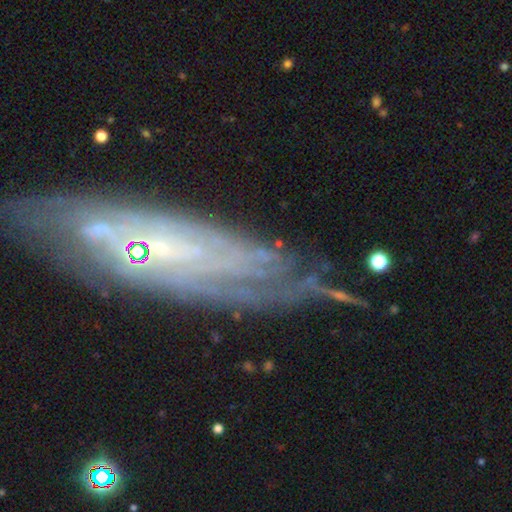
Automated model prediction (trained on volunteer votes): Overall: featured or disk (66%). Edge-on disk: no (71%). Merging: none (69%).